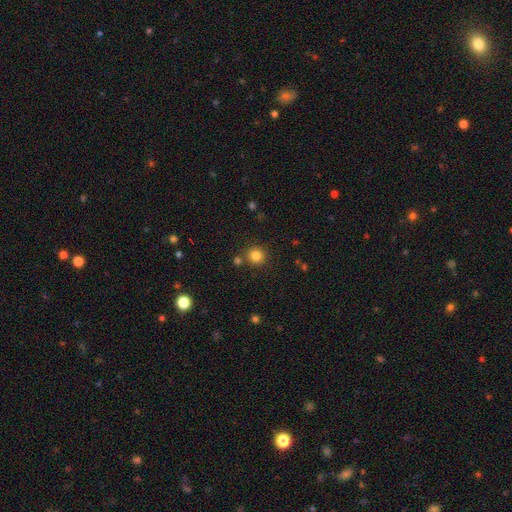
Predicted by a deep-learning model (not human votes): Morphology: type=smooth (82%); roundness=round (93%); merging=none (83%).